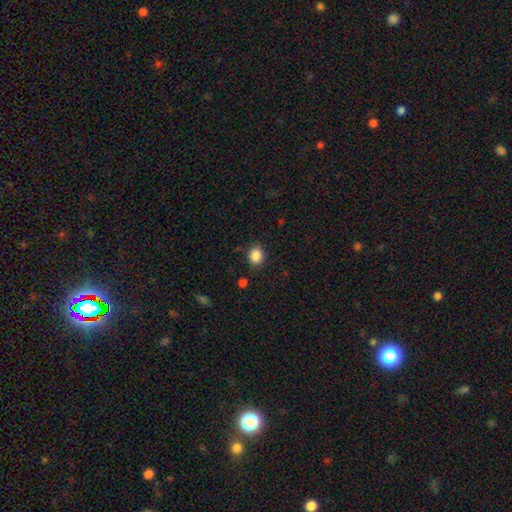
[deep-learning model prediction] Overall: smooth (87%). How rounded: round (62%; in between 37%). Merging: none (86%).